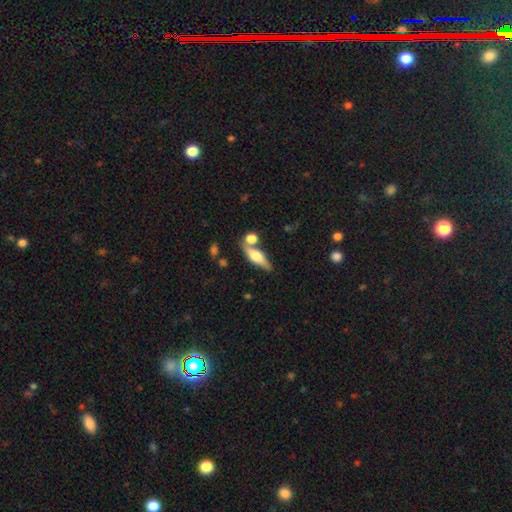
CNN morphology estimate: featured or disk 49%, smooth 43%, star or artifact 8%. Down the decision tree: merging — none (65%).